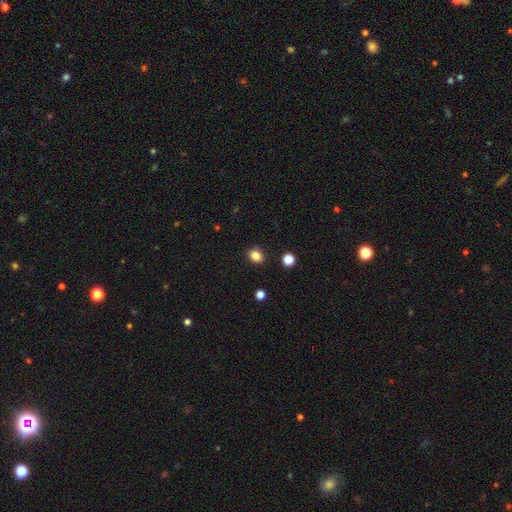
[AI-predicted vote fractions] Q: Smooth or featured?
A: smooth (84%); runner-up: star or artifact (12%)
Q: How rounded?
A: round (64%); runner-up: in between (35%)
Q: Merging?
A: none (89%); runner-up: minor disturbance (7%)